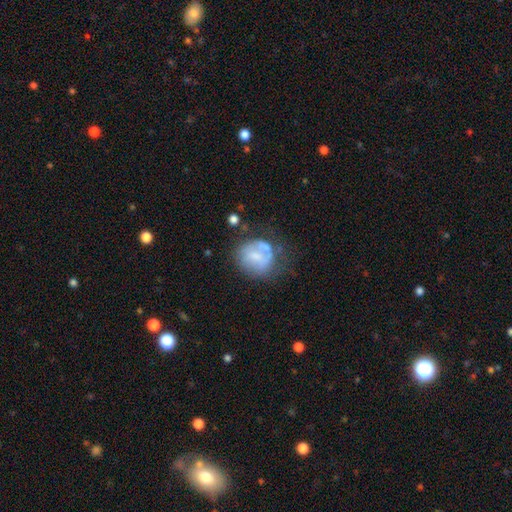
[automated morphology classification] A smooth galaxy with no disk features (46%). Merging: none (44%).